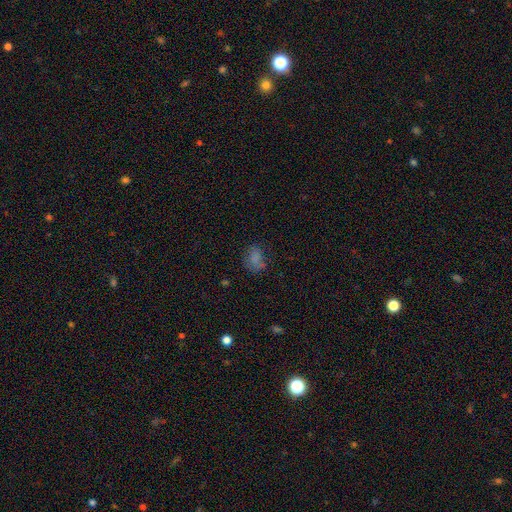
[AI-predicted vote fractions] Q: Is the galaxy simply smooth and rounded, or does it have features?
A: smooth — 60%.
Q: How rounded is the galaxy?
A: in between — 65%.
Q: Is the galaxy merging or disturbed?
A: none — 66%.